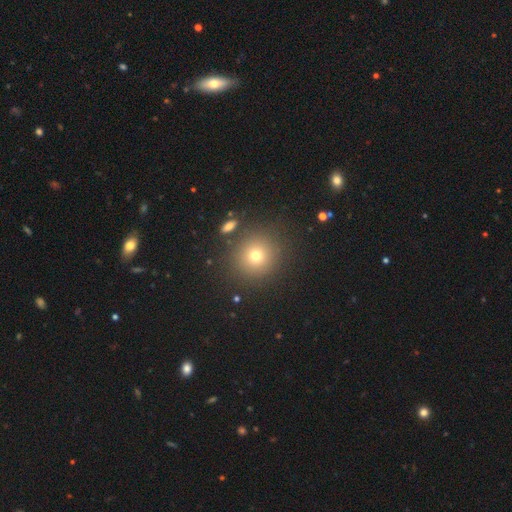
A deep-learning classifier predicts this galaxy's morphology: This is likely a smooth galaxy (72%). How rounded: clearly round (92%). Merging: clearly none (86%).